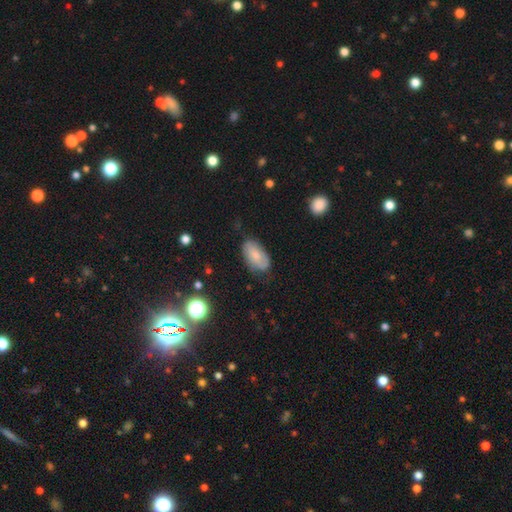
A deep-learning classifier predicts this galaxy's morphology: A smooth galaxy with no disk features (71%) that is in between round and cigar-shaped (93%).

Vote fractions:
- Smooth or featured? smooth: 71% / featured or disk: 21% / star or artifact: 8%
- How rounded? in between: 93% / round: 4% / cigar-shaped: 3%
- Merging? none: 66% / minor disturbance: 25% / major disturbance: 7% / merger: 2%